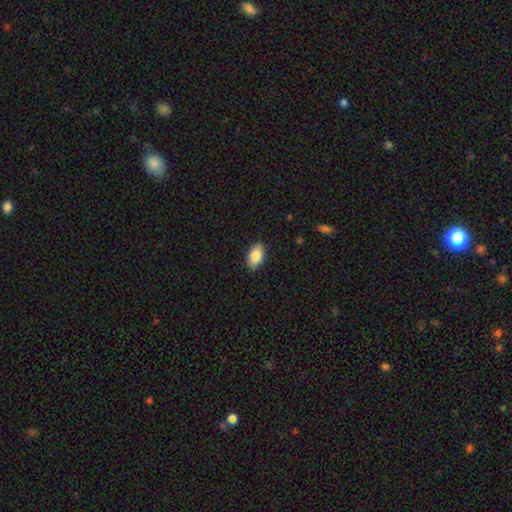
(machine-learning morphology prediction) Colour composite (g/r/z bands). It shows a smooth galaxy with no disk features (86%) that is in between round and cigar-shaped (94%). Merging: none (88%).